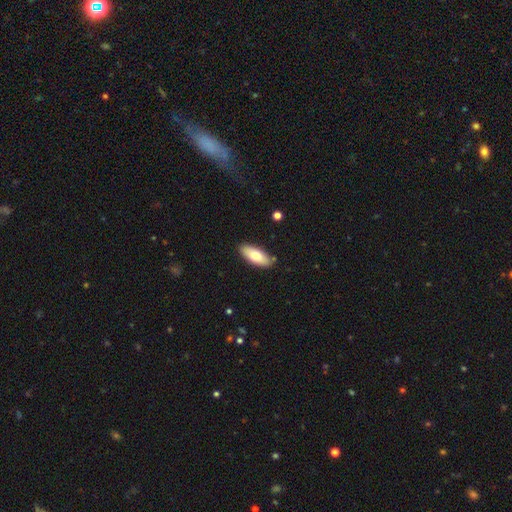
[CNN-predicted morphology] Overall: smooth (71%). How rounded: in between (81%). Merging: none (86%).